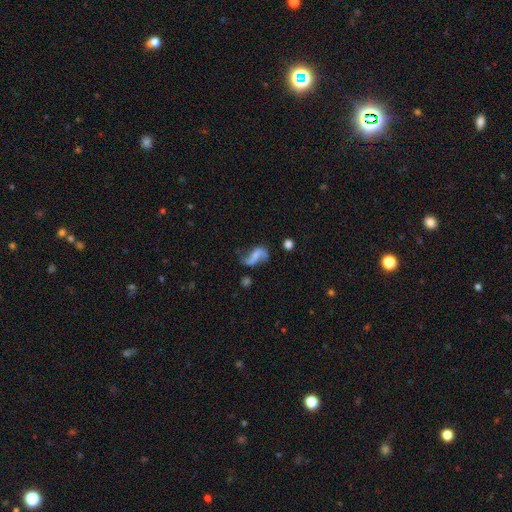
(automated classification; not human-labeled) featured or disk 72%, smooth 19%, star or artifact 9%. Down the decision tree: edge-on disk — no (96%); bar — no (39%); spiral arms — yes (91%); spiral arm count — 2 (88%); spiral winding — loose (83%); bulge size — none (44%); merging — none (54%).